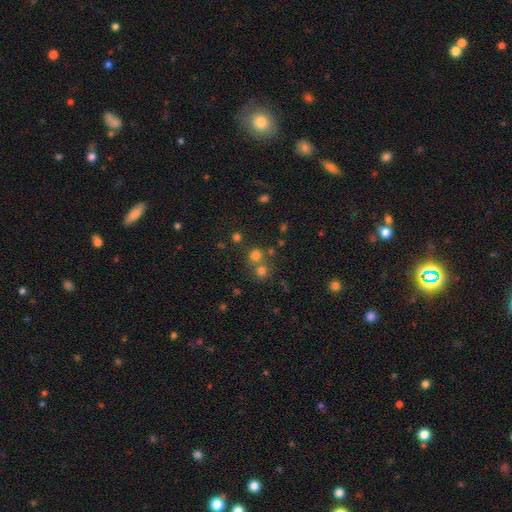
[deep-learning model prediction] smooth-or-featured: smooth: 71% | star or artifact: 21% | featured or disk: 8%
  how-rounded: round: 89% | in between: 10% | cigar-shaped: 1%
  merging: none: 58% | merger: 33% | minor disturbance: 6% | major disturbance: 3%